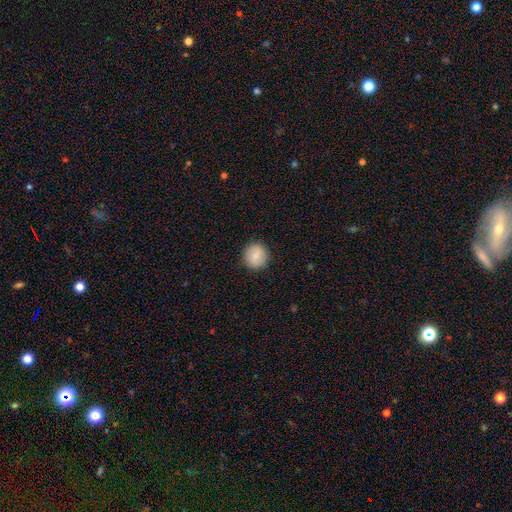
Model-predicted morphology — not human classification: Smooth or featured: smooth — 83% (featured or disk — 9%)
How rounded: round — 91% (in between — 8%)
Merging: none — 90% (minor disturbance — 7%)